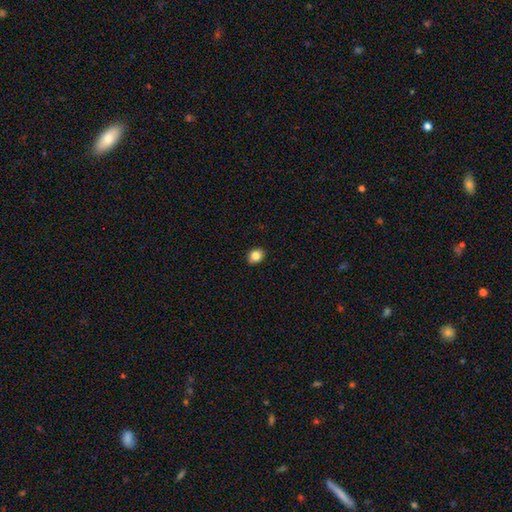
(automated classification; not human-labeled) This appears to be a smooth galaxy with no disk features (85%) that is round (52%). Merging: none (90%).